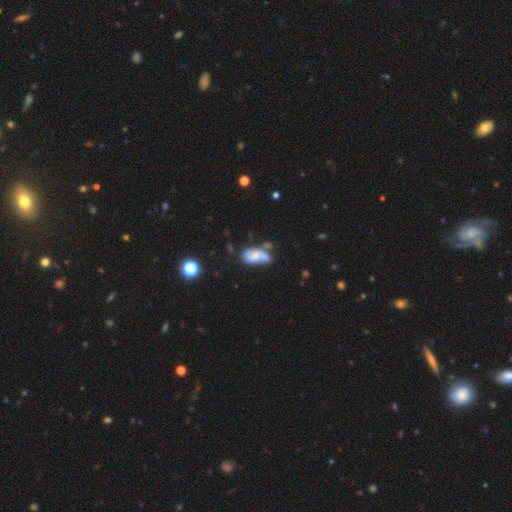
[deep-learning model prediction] A featured or disk galaxy (46%).

Vote fractions:
- Smooth or featured? featured or disk: 46% / smooth: 44% / star or artifact: 10%
- Merging? merger: 33% / none: 30% / minor disturbance: 23% / major disturbance: 14%